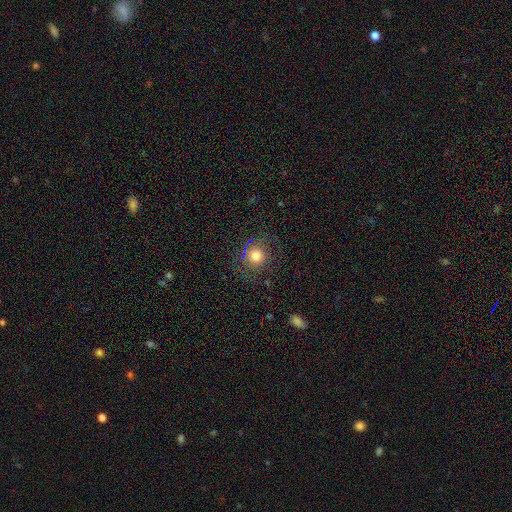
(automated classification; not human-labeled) Smooth or featured? smooth (67%)
How rounded? round (90%)
Merging? none (76%)